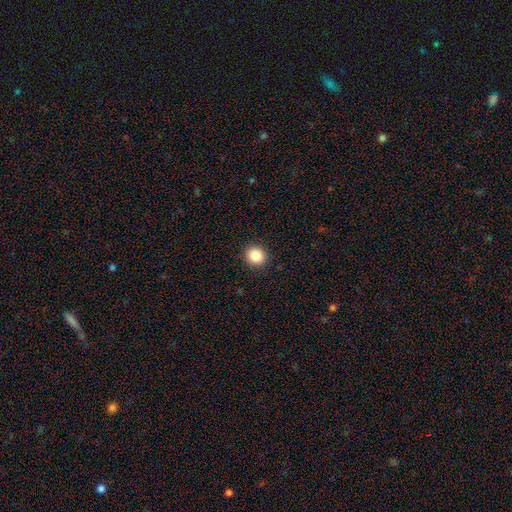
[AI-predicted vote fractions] A smooth galaxy with no disk features (87%) that is round (87%).

Vote fractions:
- Smooth or featured? smooth: 87% / star or artifact: 10% / featured or disk: 3%
- How rounded? round: 87% / in between: 12% / cigar-shaped: 1%
- Merging? none: 92% / minor disturbance: 5% / major disturbance: 2% / merger: 1%